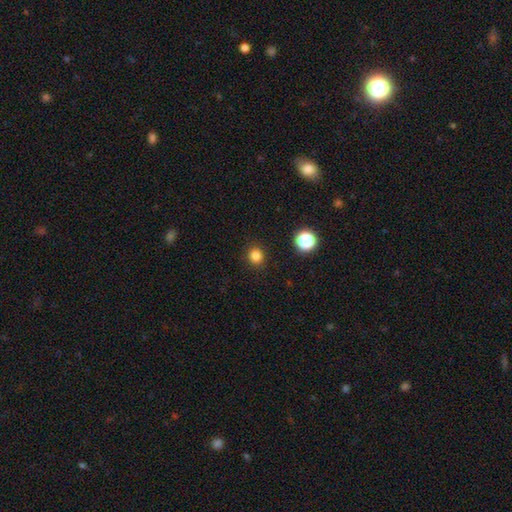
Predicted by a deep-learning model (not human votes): smooth 82%, star or artifact 14%, featured or disk 4%. Down the decision tree: how rounded — round (86%); merging — none (91%).